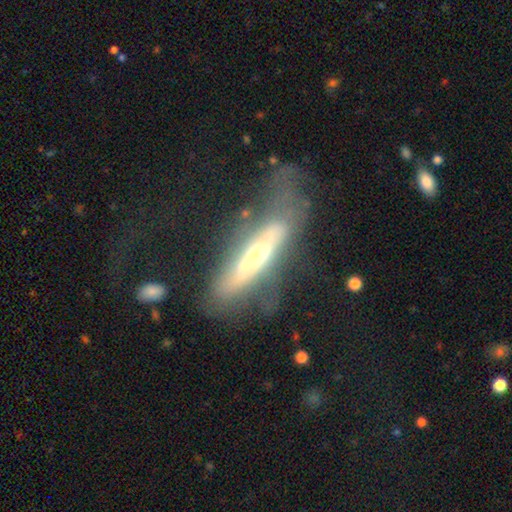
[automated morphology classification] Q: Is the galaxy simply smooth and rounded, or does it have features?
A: featured or disk — 61%.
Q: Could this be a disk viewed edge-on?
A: yes — 61%.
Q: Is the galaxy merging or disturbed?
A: none — 37%.